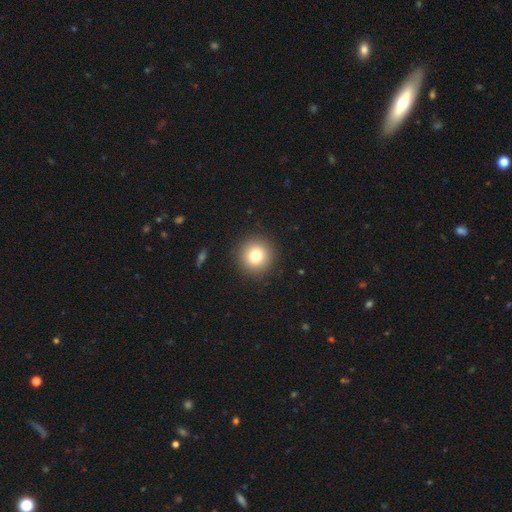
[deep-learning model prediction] This is likely a smooth galaxy (79%). How rounded: clearly round (94%). Merging: clearly none (92%).